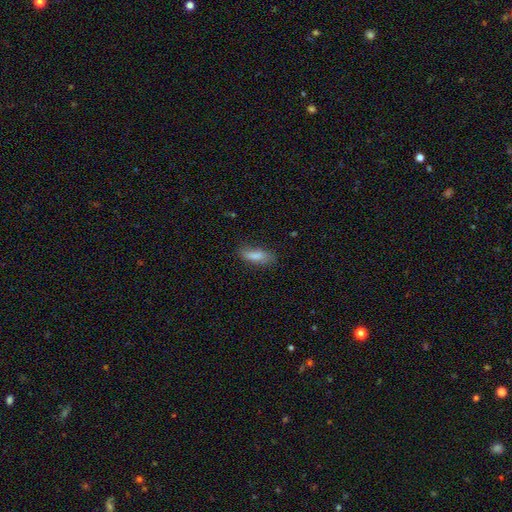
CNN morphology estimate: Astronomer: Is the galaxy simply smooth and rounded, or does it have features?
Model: smooth — 82%.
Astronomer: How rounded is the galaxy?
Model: in between — 61%.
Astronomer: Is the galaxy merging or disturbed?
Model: none — 70%.